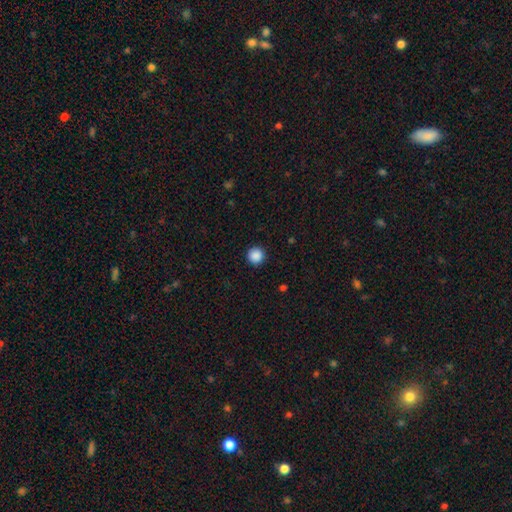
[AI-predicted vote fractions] Smooth or featured: smooth — 89% (star or artifact — 9%)
How rounded: round — 96% (in between — 4%)
Merging: none — 92% (minor disturbance — 5%)